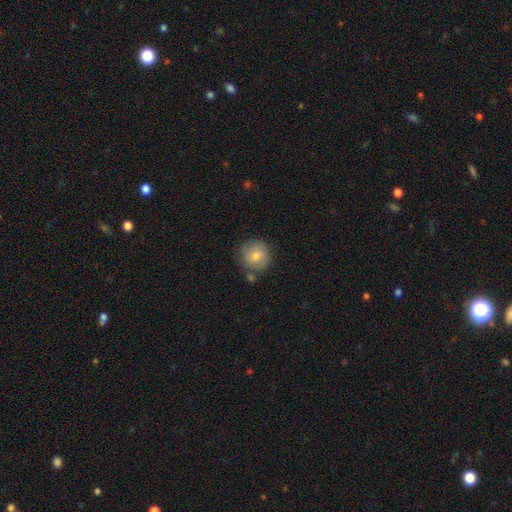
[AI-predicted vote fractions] Morphology: type=smooth (69%); roundness=round (90%); merging=none (72%).